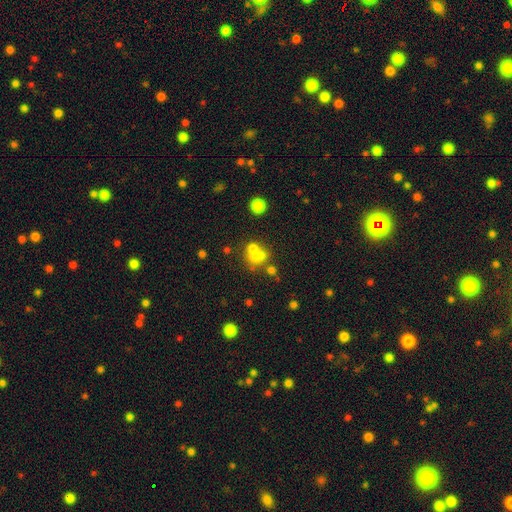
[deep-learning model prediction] Smooth or featured? Predicted: smooth (p=0.60). How rounded? Predicted: round (p=0.76). Merging? Predicted: merger (p=0.48).